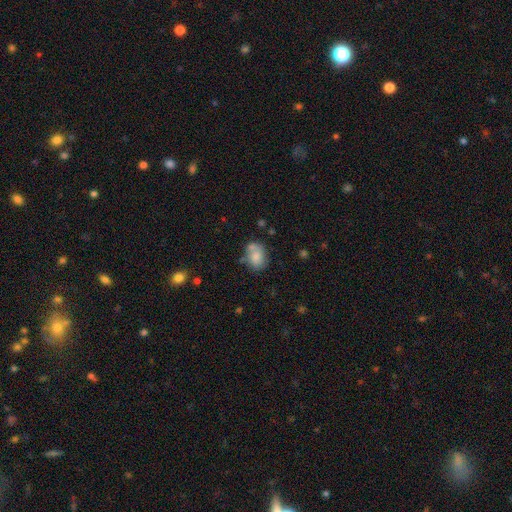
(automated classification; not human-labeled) The model was most divided on "merging": none: 49%, minor disturbance: 22%, merger: 21%, major disturbance: 8%. More confident: smooth or featured — smooth (75%); how rounded — in between (66%).